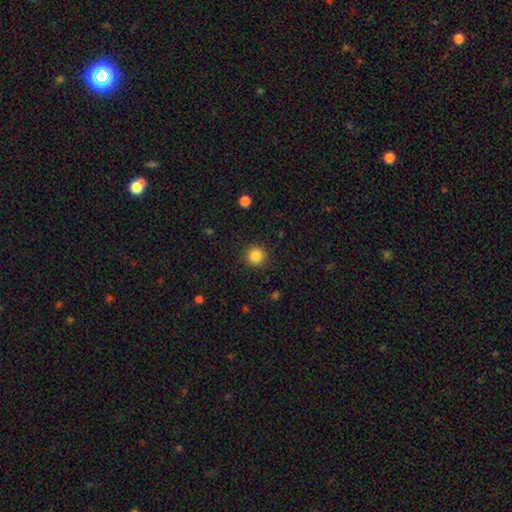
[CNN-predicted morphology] The model was most divided on "smooth or featured": smooth: 86%, star or artifact: 11%, featured or disk: 3%. More confident: how rounded — round (95%); merging — none (91%).